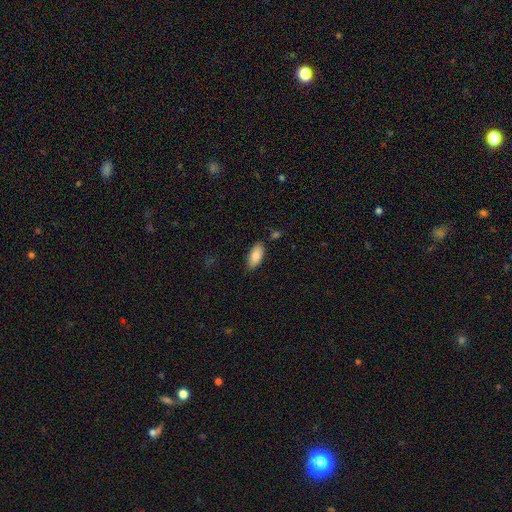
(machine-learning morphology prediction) Overall: smooth (83%). How rounded: in between (88%). Merging: none (83%).